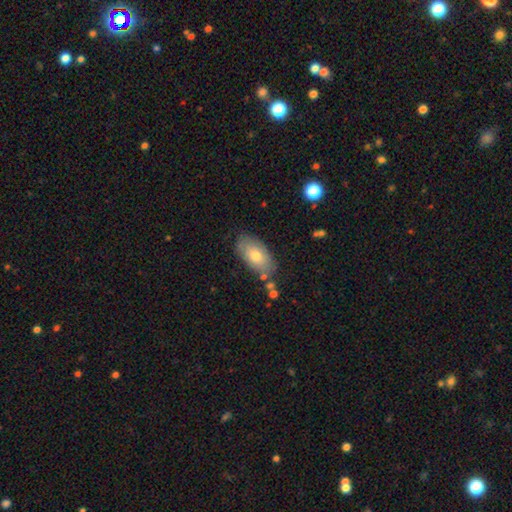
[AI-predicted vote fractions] This appears to be a smooth galaxy with no disk features (68%) that is in between round and cigar-shaped (93%). Merging: none (75%).